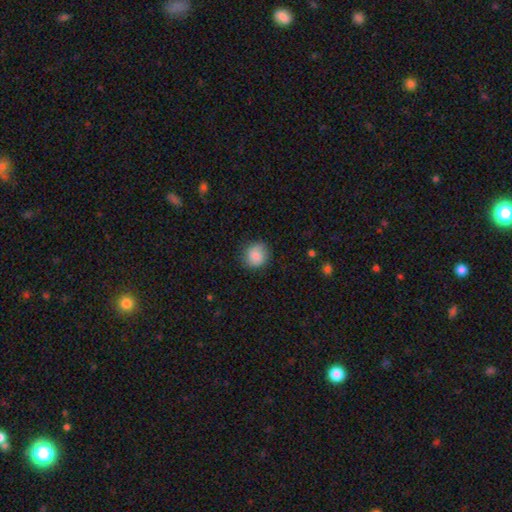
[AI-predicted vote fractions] Smooth or featured: smooth — 84% (star or artifact — 8%)
How rounded: round — 84% (in between — 15%)
Merging: none — 85% (minor disturbance — 12%)